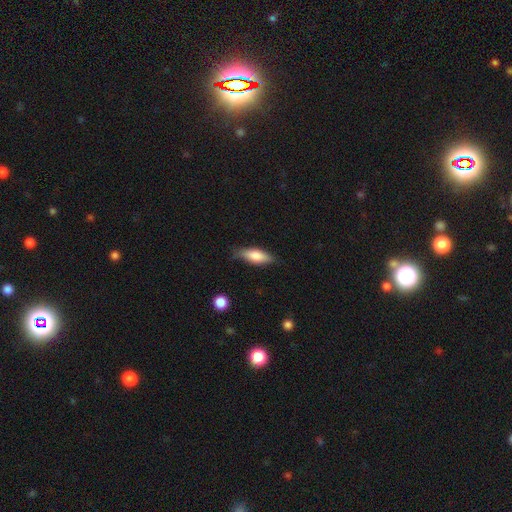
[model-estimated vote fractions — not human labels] This appears to be a smooth galaxy with no disk features (71%) that is in between round and cigar-shaped (66%). Merging: none (74%).